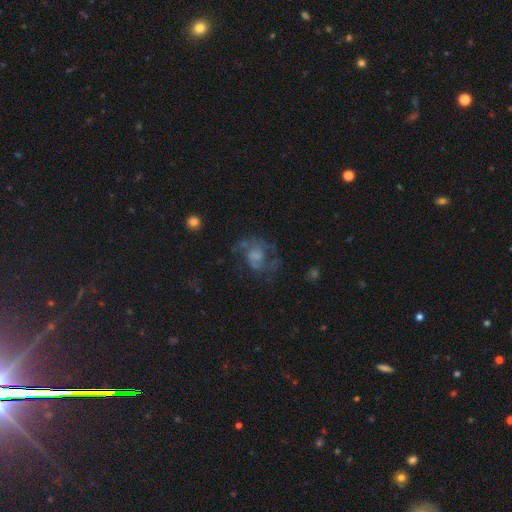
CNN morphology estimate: Q: Smooth or featured?
A: featured or disk (64%); runner-up: smooth (24%)
Q: Edge-on disk?
A: no (98%); runner-up: yes (2%)
Q: Bar?
A: no (66%); runner-up: weak (28%)
Q: Spiral arms?
A: yes (71%); runner-up: no (29%)
Q: Bulge size?
A: none (37%); runner-up: moderate (25%)
Q: Merging?
A: none (46%); runner-up: major disturbance (32%)